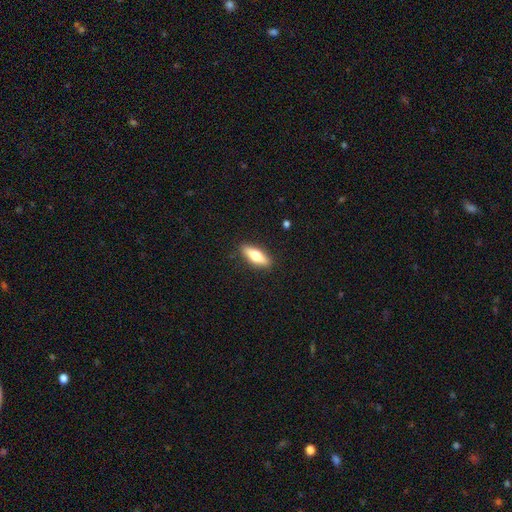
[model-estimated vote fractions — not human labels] This is likely a smooth galaxy (66%). How rounded: possibly in between (56%). Merging: clearly none (89%).